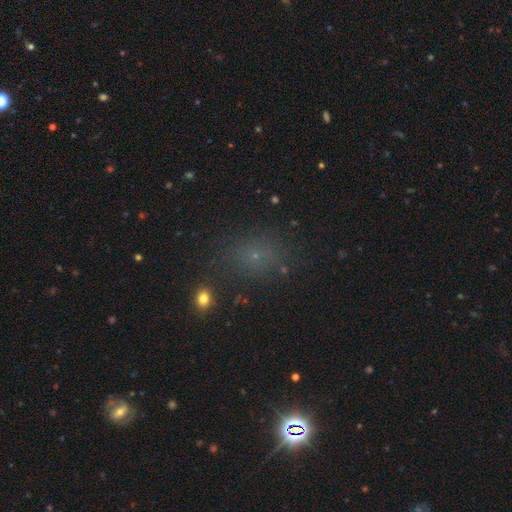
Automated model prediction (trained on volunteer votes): smooth 54%, star or artifact 36%, featured or disk 10%. Down the decision tree: how rounded — round (54%); merging — none (80%).